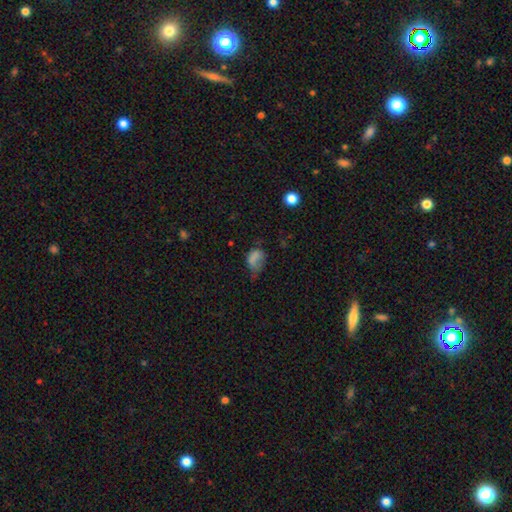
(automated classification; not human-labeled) A smooth galaxy with no disk features (70%) that is in between round and cigar-shaped (79%). Merging: minor disturbance (33%, tied with major disturbance).